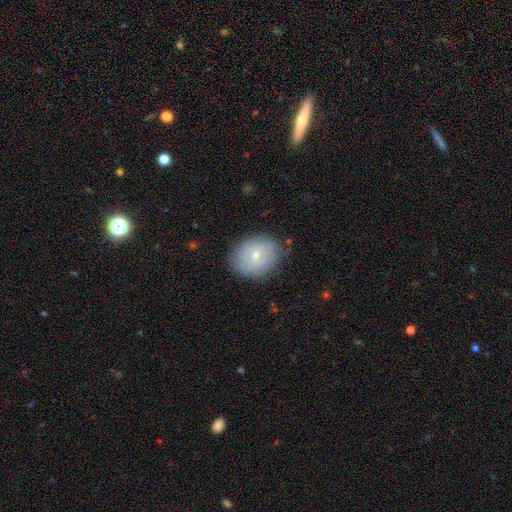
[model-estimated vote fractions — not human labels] Smooth or featured?
  - smooth: 55% *
  - featured or disk: 37%
  - star or artifact: 8%
How rounded?
  - round: 52% *
  - in between: 47%
  - cigar-shaped: 1%
Merging?
  - none: 76% *
  - minor disturbance: 18%
  - major disturbance: 5%
  - merger: 1%